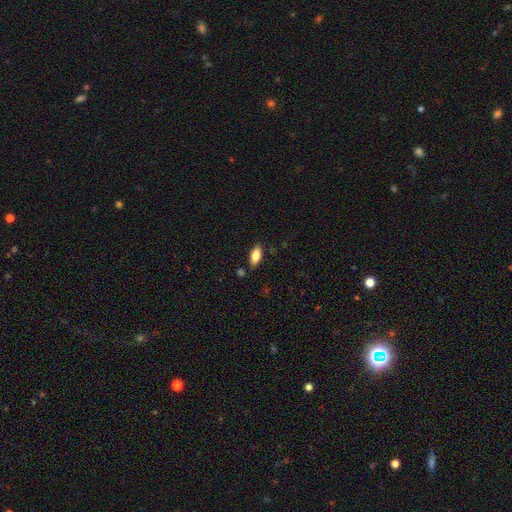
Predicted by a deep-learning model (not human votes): This appears to be a smooth galaxy with no disk features (80%) that is in between round and cigar-shaped (87%). Merging: none (85%).